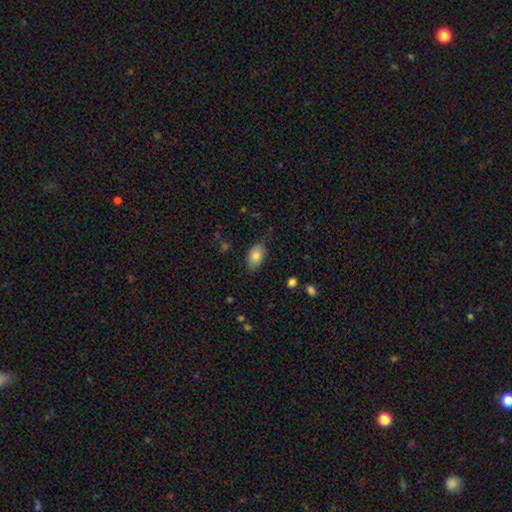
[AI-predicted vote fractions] Smooth or featured?
  - smooth: 83% *
  - featured or disk: 10%
  - star or artifact: 7%
How rounded?
  - in between: 91% *
  - round: 7%
  - cigar-shaped: 2%
Merging?
  - none: 74% *
  - minor disturbance: 21%
  - major disturbance: 4%
  - merger: 1%